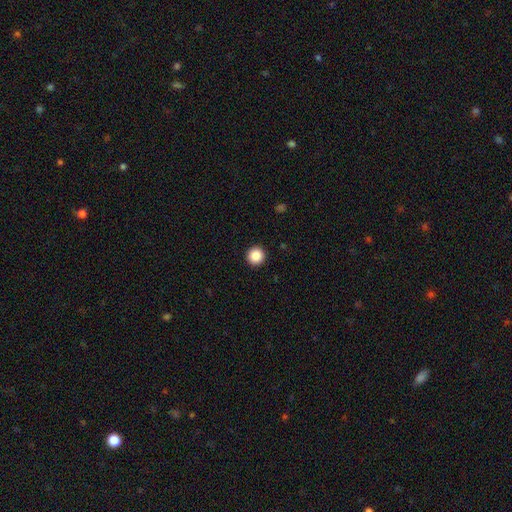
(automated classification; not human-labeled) A smooth galaxy with no disk features (87%) that is round (96%).

Vote fractions:
- Smooth or featured? smooth: 87% / star or artifact: 9% / featured or disk: 4%
- How rounded? round: 96% / in between: 3% / cigar-shaped: 1%
- Merging? none: 94% / minor disturbance: 4% / major disturbance: 1% / merger: 1%